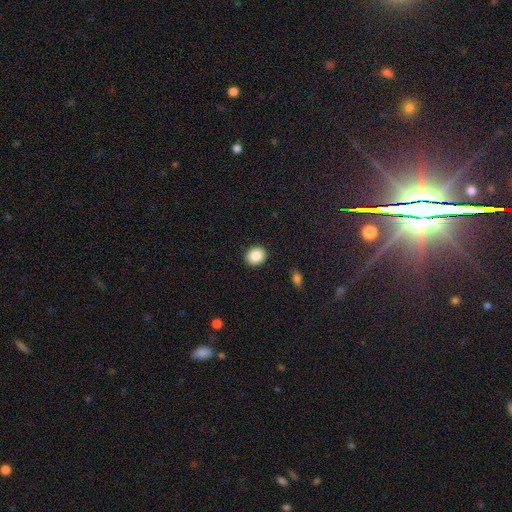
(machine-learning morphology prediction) Q: Smooth or featured?
A: smooth (87%); runner-up: star or artifact (8%)
Q: How rounded?
A: round (73%); runner-up: in between (26%)
Q: Merging?
A: none (91%); runner-up: minor disturbance (6%)